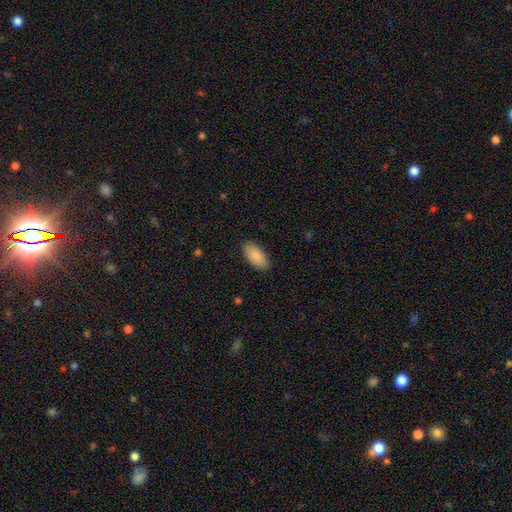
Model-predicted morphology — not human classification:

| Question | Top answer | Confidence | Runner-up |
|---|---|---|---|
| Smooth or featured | smooth | 89% | star or artifact (6%) |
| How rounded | in between | 93% | cigar-shaped (5%) |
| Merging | none | 88% | minor disturbance (9%) |